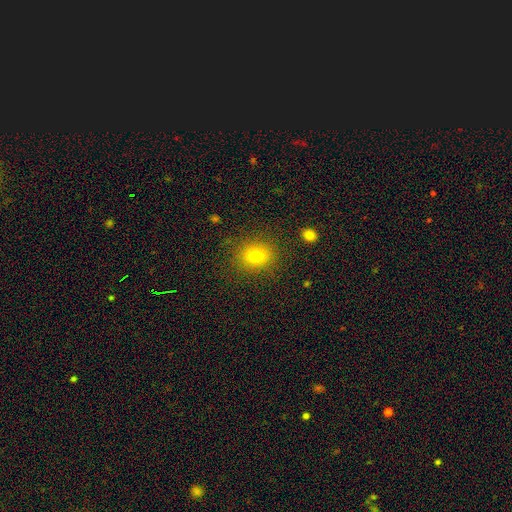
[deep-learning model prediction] Overall: smooth (77%). How rounded: round (67%; in between 32%). Merging: none (85%).